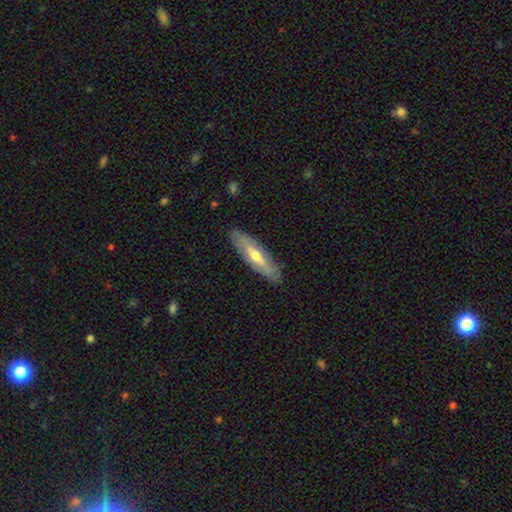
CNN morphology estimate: Smooth or featured: featured or disk — 56% (smooth — 38%)
Edge-on disk: no — 52% (yes — 48%)
Merging: none — 85% (minor disturbance — 11%)